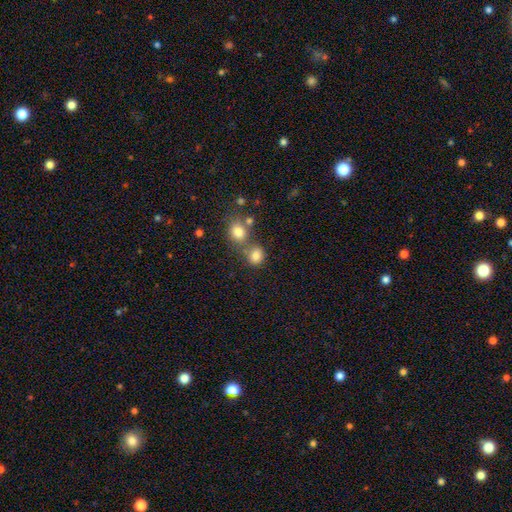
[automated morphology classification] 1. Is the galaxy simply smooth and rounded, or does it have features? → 81% smooth, 12% star or artifact, 7% featured or disk.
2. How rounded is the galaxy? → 73% round, 26% in between, 1% cigar-shaped.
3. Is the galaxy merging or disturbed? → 54% none, 32% merger, 10% minor disturbance, 4% major disturbance.